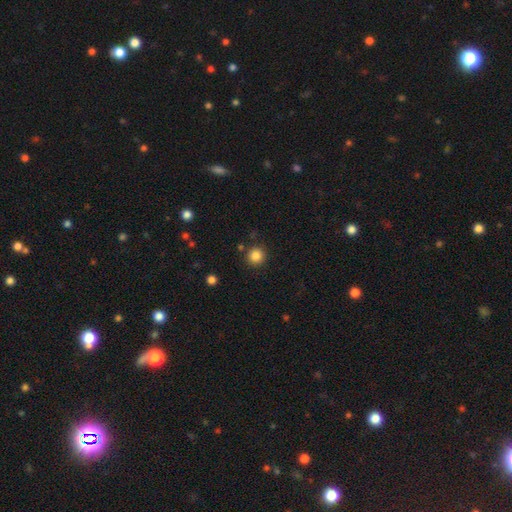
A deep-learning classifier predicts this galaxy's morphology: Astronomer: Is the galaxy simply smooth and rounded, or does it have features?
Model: smooth — 85%.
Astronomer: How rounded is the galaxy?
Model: round — 94%.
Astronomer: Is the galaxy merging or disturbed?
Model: none — 89%.